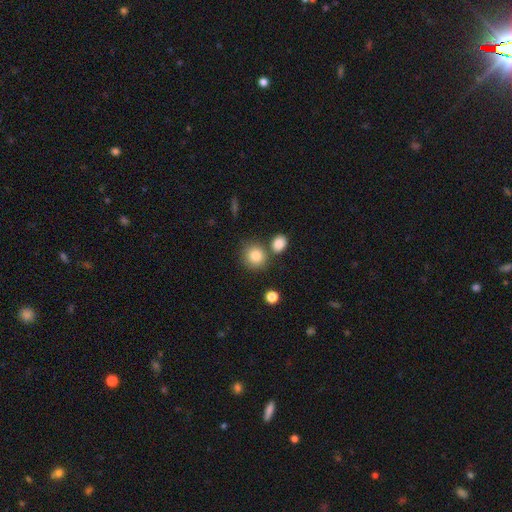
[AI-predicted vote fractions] Smooth or featured: smooth — 84% (star or artifact — 9%)
How rounded: round — 82% (in between — 17%)
Merging: none — 69% (merger — 17%)